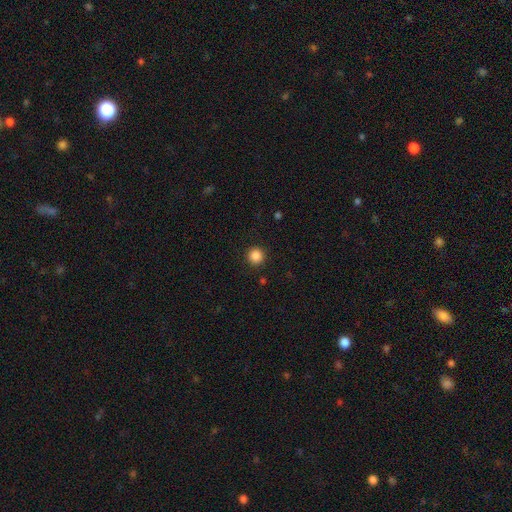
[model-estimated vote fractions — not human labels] Morphology: type=smooth (87%); roundness=round (95%); merging=none (92%).